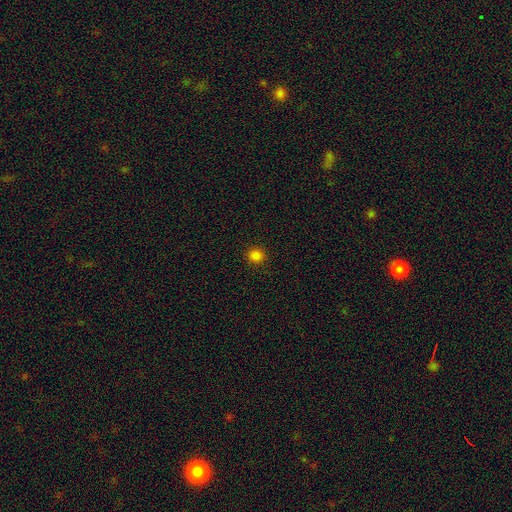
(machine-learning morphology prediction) smooth_or_featured: smooth (p=0.83) [alt: star or artifact p=0.14]
how_rounded: round (p=0.87) [alt: in between p=0.12]
merging: none (p=0.92) [alt: minor disturbance p=0.05]